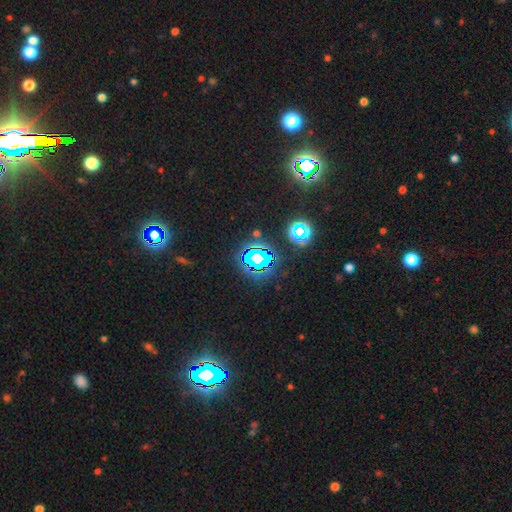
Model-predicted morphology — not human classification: This is clearly a star or artifact rather than a galaxy (81%).